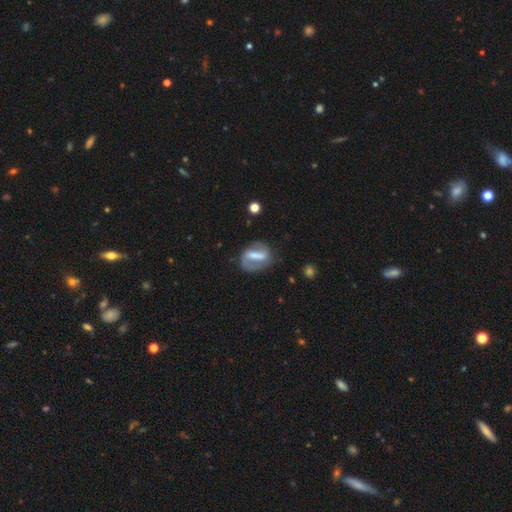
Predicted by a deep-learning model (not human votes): smooth-or-featured: featured or disk: 65% | smooth: 27% | star or artifact: 7%
  disk-edge-on: no: 92% | yes: 8%
    bar: strong: 67% | weak: 23% | no: 10%
    has-spiral-arms: yes: 65% | no: 35%
    bulge-size: moderate: 35% | small: 33% | none: 20% | large: 11% | dominant: 2%
  merging: none: 64% | minor disturbance: 20% | major disturbance: 13% | merger: 3%